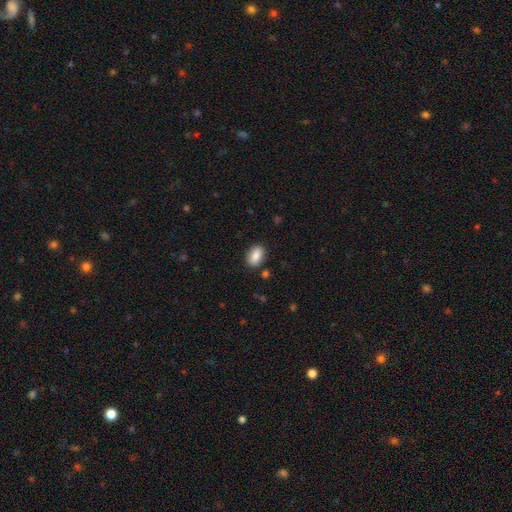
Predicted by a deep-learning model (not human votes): Q: Smooth or featured?
A: smooth (87%); runner-up: star or artifact (7%)
Q: How rounded?
A: in between (89%); runner-up: round (10%)
Q: Merging?
A: none (87%); runner-up: minor disturbance (9%)